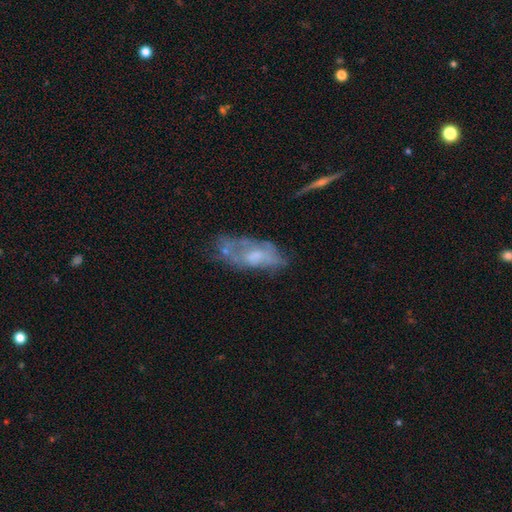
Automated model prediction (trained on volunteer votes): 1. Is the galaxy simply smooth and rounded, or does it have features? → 54% featured or disk, 37% smooth, 9% star or artifact.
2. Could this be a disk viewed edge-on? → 88% no, 12% yes.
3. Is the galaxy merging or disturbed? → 38% none, 26% minor disturbance, 25% major disturbance, 11% merger.